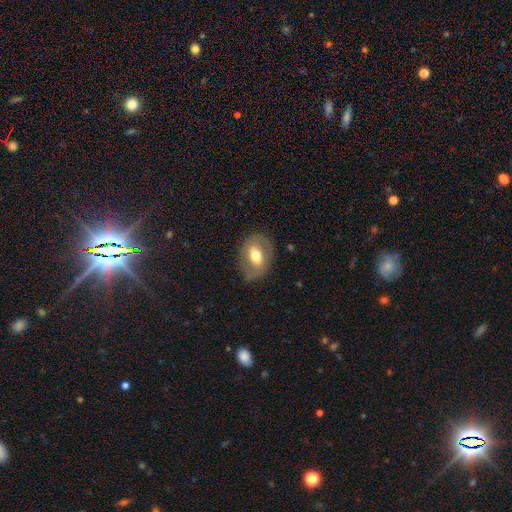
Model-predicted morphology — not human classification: type=smooth (54%); roundness=in between (71%); merging=none (77%).